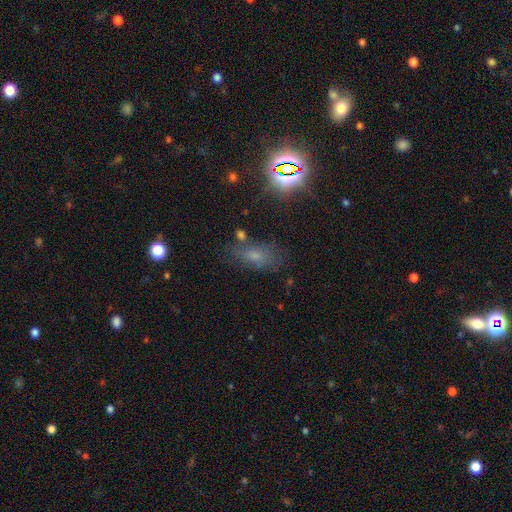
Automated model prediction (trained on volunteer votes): Smooth or featured? smooth (55%)
How rounded? in between (81%)
Merging? none (61%)